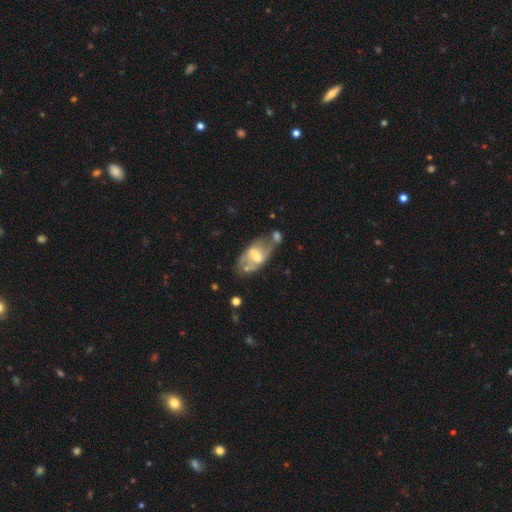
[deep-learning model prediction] smooth-or-featured: featured or disk: 61% | smooth: 31% | star or artifact: 7%
  disk-edge-on: no: 93% | yes: 7%
    bar: weak: 42% | strong: 40% | no: 18%
    has-spiral-arms: yes: 59% | no: 41%
    bulge-size: moderate: 44% | small: 25% | large: 17% | none: 12% | dominant: 2%
  merging: none: 41% | minor disturbance: 23% | merger: 20% | major disturbance: 15%